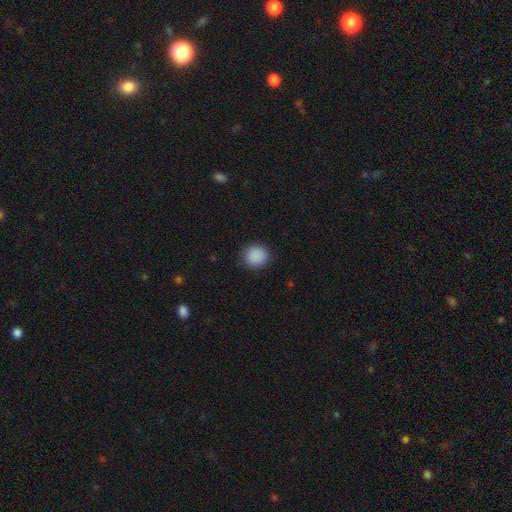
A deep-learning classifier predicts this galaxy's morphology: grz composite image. It shows a smooth galaxy with no disk features (89%) that is round (84%). Merging: none (88%).